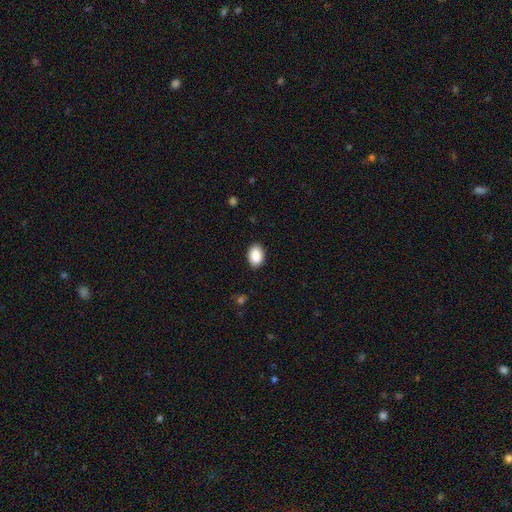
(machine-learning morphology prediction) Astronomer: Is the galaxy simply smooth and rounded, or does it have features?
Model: smooth — 90%.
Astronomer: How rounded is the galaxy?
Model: in between — 86%.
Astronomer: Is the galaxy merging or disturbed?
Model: none — 88%.